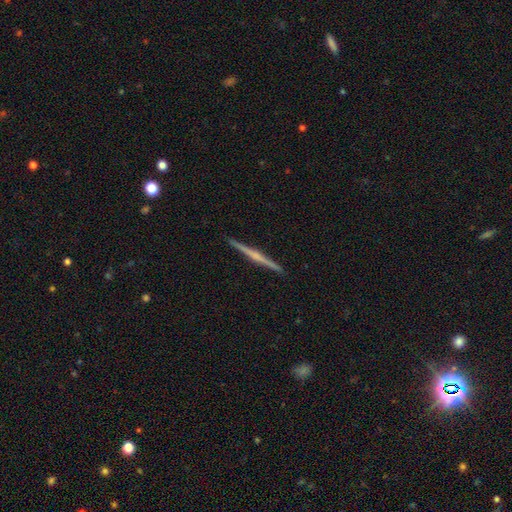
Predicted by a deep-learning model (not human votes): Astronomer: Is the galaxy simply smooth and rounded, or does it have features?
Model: featured or disk — 73%.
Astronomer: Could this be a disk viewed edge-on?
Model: yes — 99%.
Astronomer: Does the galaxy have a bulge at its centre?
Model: rounded — 49% (runner-up: none, 38%).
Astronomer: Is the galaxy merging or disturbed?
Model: none — 93%.